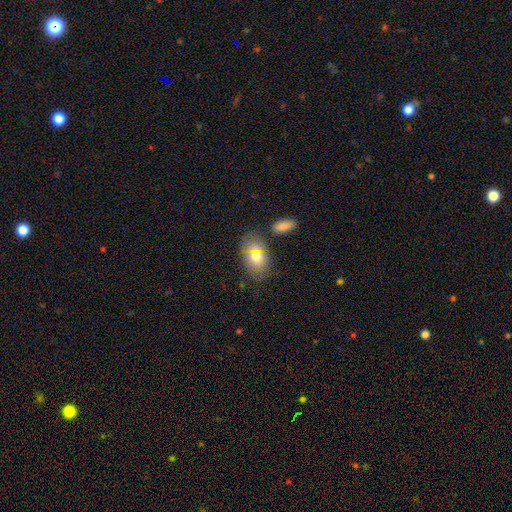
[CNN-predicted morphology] Overall: smooth (72%). How rounded: in between (80%). Merging: none (69%).